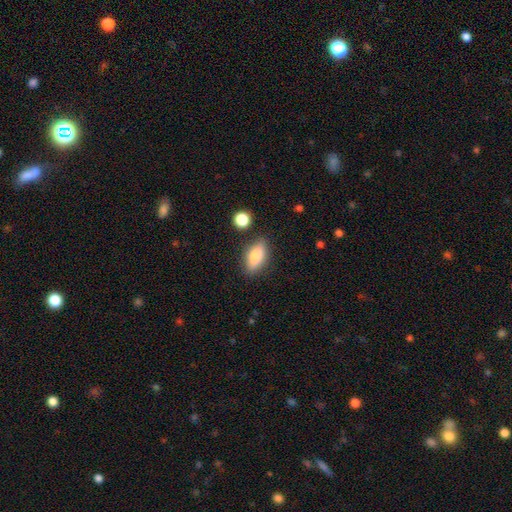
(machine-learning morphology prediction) smooth 79%, featured or disk 14%, star or artifact 7%. Down the decision tree: how rounded — in between (83%); merging — none (81%).